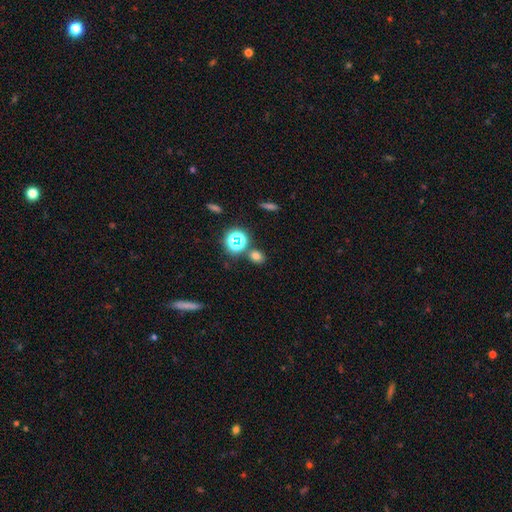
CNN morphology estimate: smooth 68%, star or artifact 25%, featured or disk 7%. Down the decision tree: how rounded — round (63%); merging — none (78%).